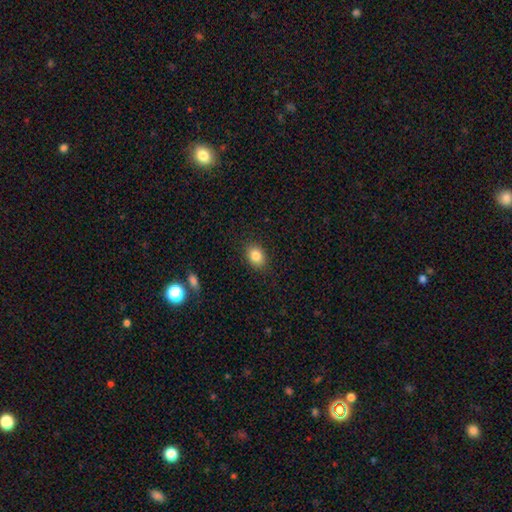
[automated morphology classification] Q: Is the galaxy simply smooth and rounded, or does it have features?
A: smooth — 84%.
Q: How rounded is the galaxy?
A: in between — 66%.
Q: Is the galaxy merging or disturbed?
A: none — 88%.